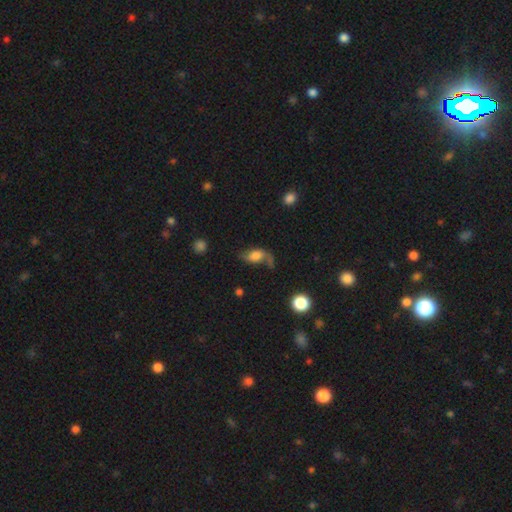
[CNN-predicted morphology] smooth-or-featured: smooth: 54% | featured or disk: 35% | star or artifact: 11%
  how-rounded: in between: 85% | round: 10% | cigar-shaped: 5%
  merging: none: 38% | major disturbance: 27% | minor disturbance: 24% | merger: 10%